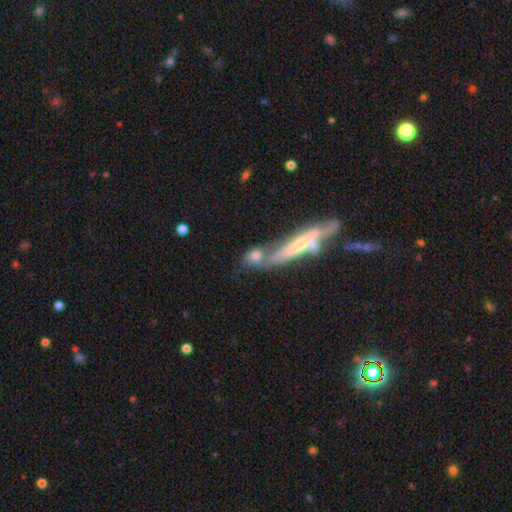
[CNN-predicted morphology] This is likely a smooth galaxy (62%). How rounded: marginally in between (40%). Merging: marginally merger (43%).